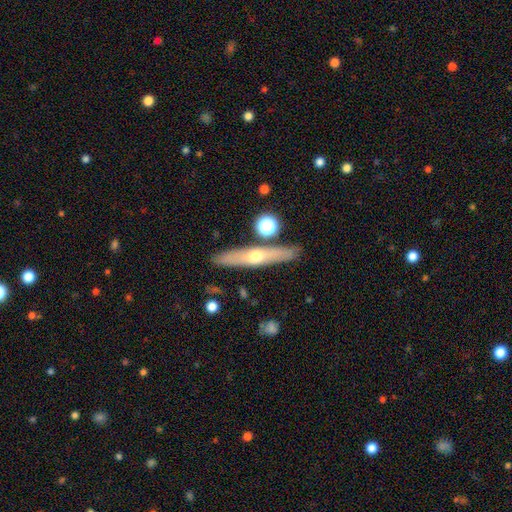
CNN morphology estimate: Smooth or featured?
  - featured or disk: 55% *
  - smooth: 38%
  - star or artifact: 7%
Edge-on disk?
  - yes: 88% *
  - no: 12%
Merging?
  - none: 85% *
  - minor disturbance: 9%
  - merger: 4%
  - major disturbance: 2%